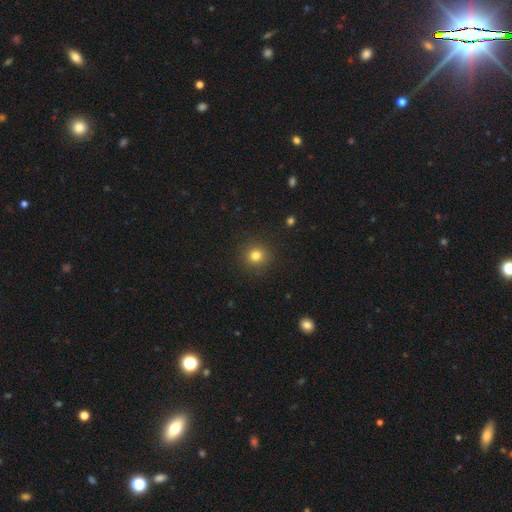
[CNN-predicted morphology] Smooth or featured? smooth (80%)
How rounded? round (92%)
Merging? none (91%)